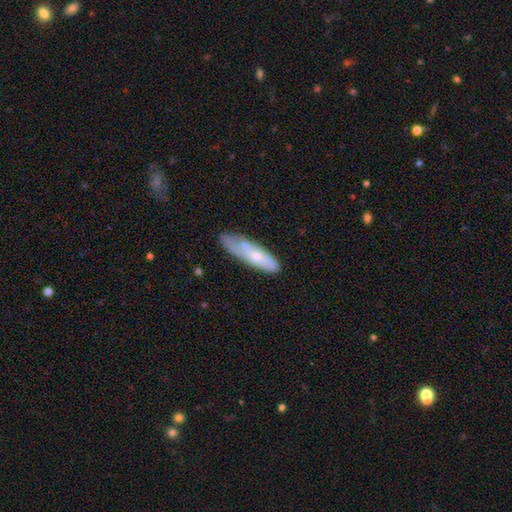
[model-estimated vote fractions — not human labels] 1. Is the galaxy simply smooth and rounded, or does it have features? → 53% smooth, 40% featured or disk, 7% star or artifact.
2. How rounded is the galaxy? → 64% cigar-shaped, 35% in between, 2% round.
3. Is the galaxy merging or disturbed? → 58% none, 30% minor disturbance, 9% major disturbance, 3% merger.